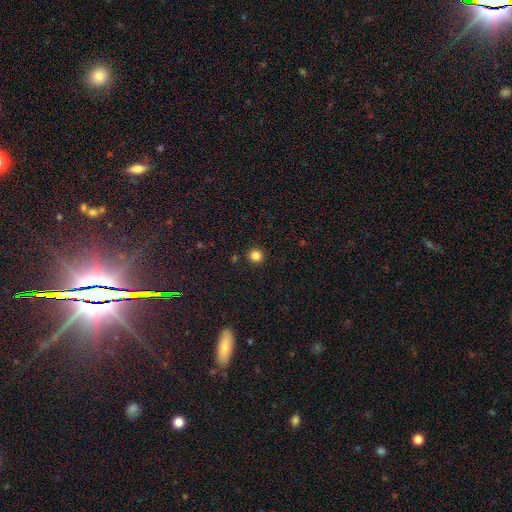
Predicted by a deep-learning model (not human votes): Smooth or featured?
  - smooth: 84% *
  - star or artifact: 12%
  - featured or disk: 4%
How rounded?
  - round: 94% *
  - in between: 5%
  - cigar-shaped: 1%
Merging?
  - none: 91% *
  - minor disturbance: 5%
  - merger: 2%
  - major disturbance: 2%